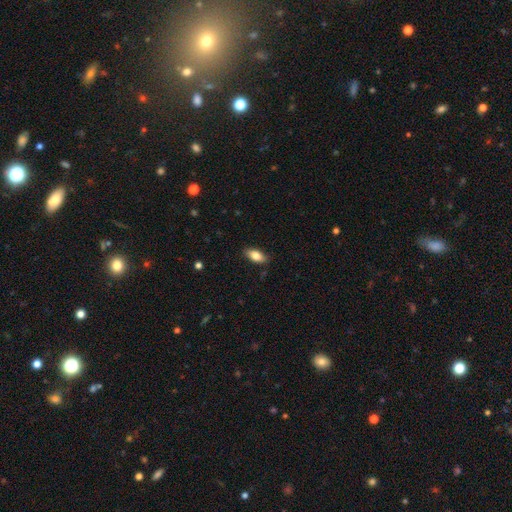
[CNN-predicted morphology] Q: Smooth or featured?
A: smooth (82%); runner-up: featured or disk (11%)
Q: How rounded?
A: in between (87%); runner-up: cigar-shaped (9%)
Q: Merging?
A: none (86%); runner-up: minor disturbance (11%)